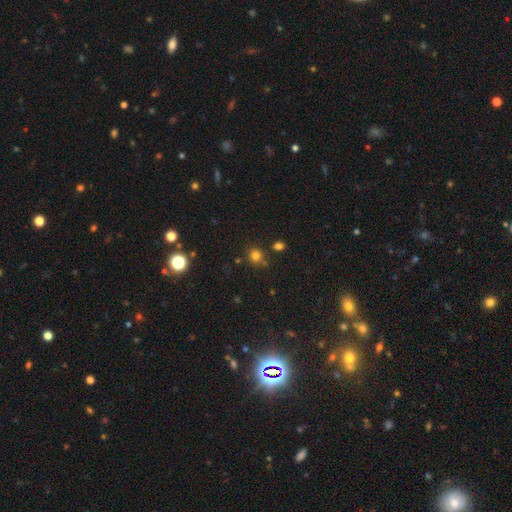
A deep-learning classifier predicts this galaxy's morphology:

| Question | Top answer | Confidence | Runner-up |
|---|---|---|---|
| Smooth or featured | smooth | 76% | star or artifact (19%) |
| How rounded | round | 89% | in between (10%) |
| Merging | none | 77% | minor disturbance (11%) |